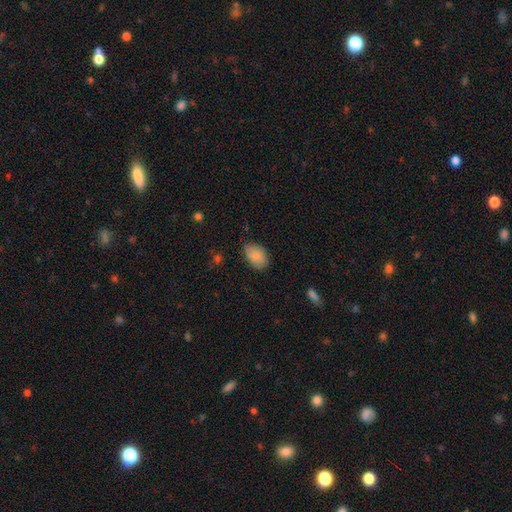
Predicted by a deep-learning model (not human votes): Morphology: type=smooth (87%); roundness=in between (88%); merging=none (75%).